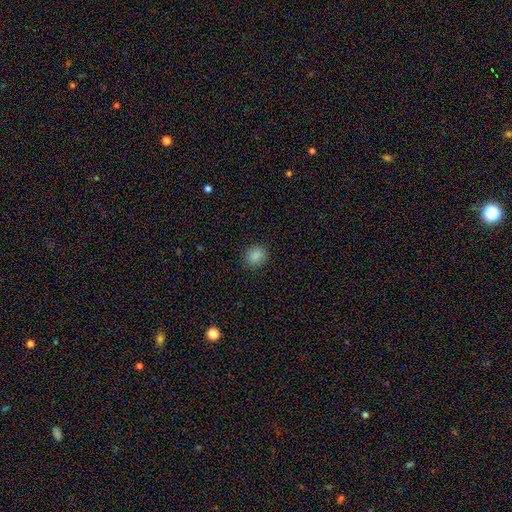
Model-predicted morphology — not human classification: This appears to be a smooth galaxy with no disk features (87%) that is round (72%). Merging: none (88%).